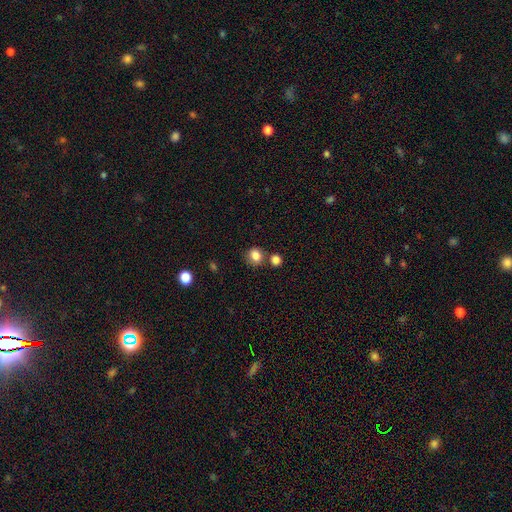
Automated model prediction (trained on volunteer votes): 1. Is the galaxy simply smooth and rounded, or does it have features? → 83% smooth, 11% star or artifact, 5% featured or disk.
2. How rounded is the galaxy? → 67% round, 32% in between, 1% cigar-shaped.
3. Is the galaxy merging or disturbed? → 67% none, 16% merger, 13% minor disturbance, 4% major disturbance.